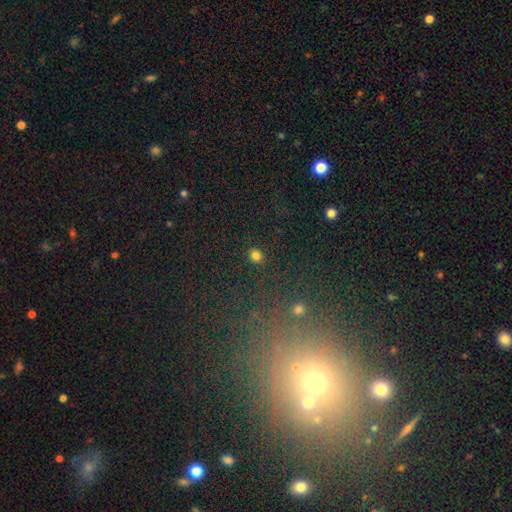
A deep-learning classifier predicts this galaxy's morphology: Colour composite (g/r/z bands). It shows a smooth galaxy with no disk features (80%) that is round (76%). Merging: none (90%).